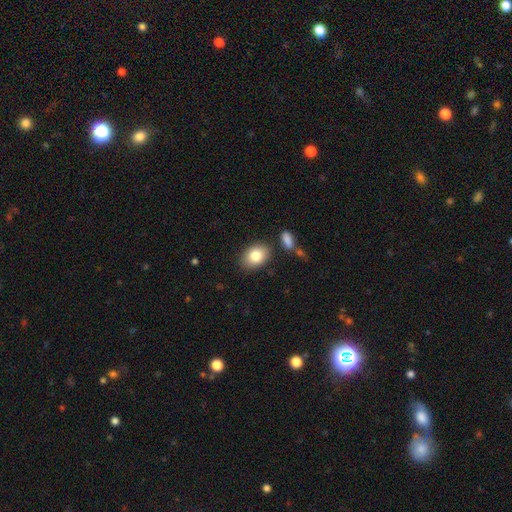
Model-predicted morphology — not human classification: Overall: smooth (82%). How rounded: in between (77%). Merging: none (81%).